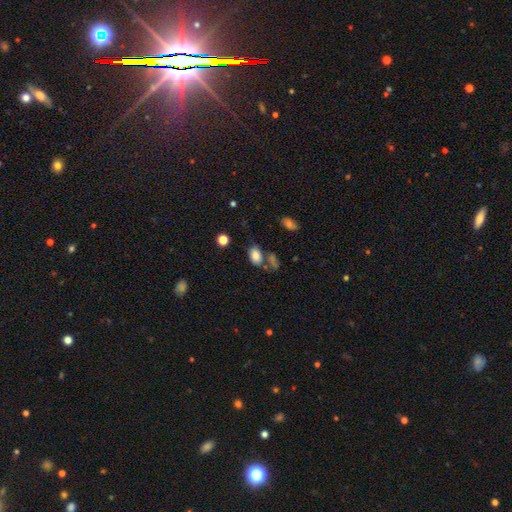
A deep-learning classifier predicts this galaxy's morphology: type=smooth (82%); roundness=in between (87%); merging=none (58%).